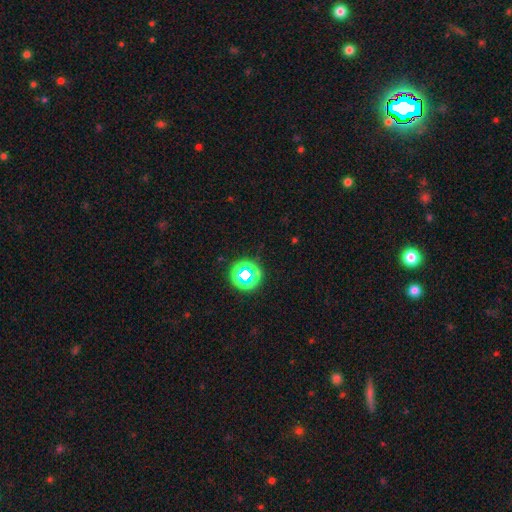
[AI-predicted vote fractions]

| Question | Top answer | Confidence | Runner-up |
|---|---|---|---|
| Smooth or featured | star or artifact | 52% | smooth (38%) |